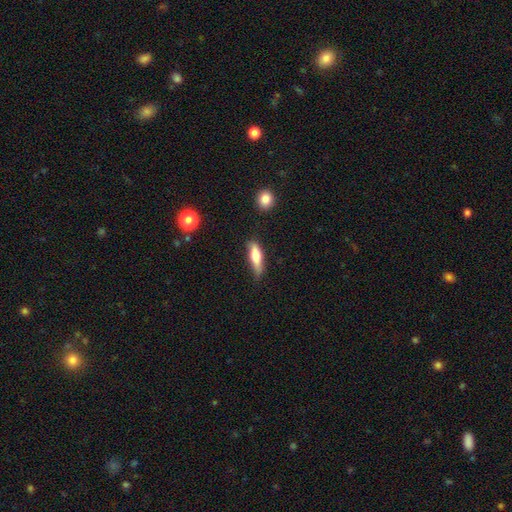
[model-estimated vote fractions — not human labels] Smooth or featured: smooth — 69% (featured or disk — 24%)
How rounded: cigar-shaped — 56% (in between — 42%)
Merging: none — 65% (minor disturbance — 27%)